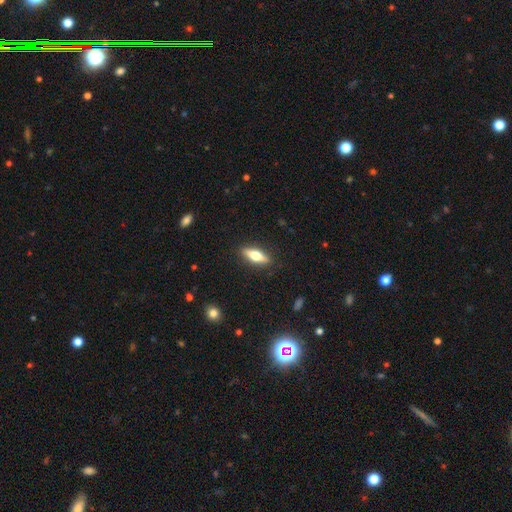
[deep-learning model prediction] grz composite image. It shows a smooth galaxy with no disk features (50%) that is cigar-shaped (49%). Merging: none (88%).